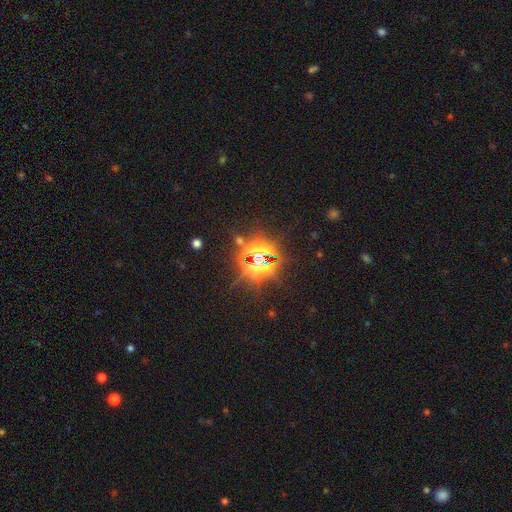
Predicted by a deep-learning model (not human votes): Morphology: type=star or artifact (82%).